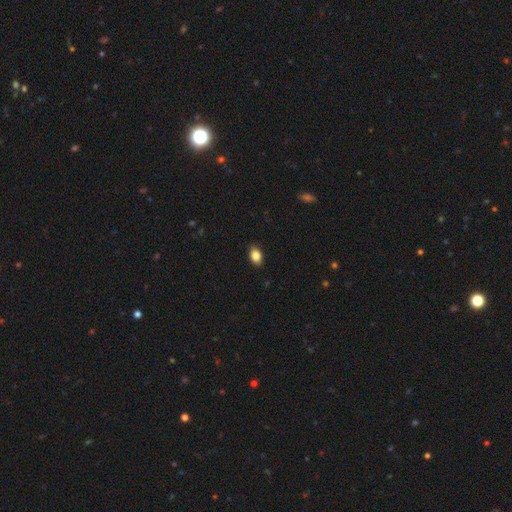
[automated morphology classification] A smooth galaxy with no disk features (86%) that is in between round and cigar-shaped (84%). Merging: none (88%).